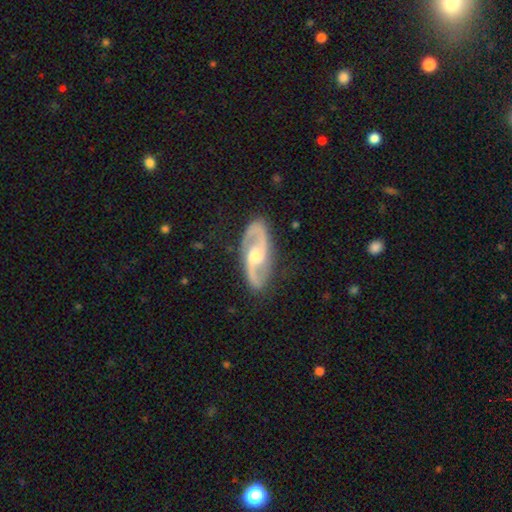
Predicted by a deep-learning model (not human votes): smooth_or_featured: featured or disk (p=0.90) [alt: smooth p=0.06]
disk_edge_on: no (p=0.95) [alt: yes p=0.05]
bar: no (p=0.47) [alt: weak p=0.39]
has_spiral_arms: yes (p=0.97) [alt: no p=0.03]
spiral_winding: medium (p=0.54) [alt: loose p=0.30]
spiral_arm_count: 2 (p=0.94) [alt: can't tell p=0.02]
bulge_size: moderate (p=0.71) [alt: large p=0.15]
merging: none (p=0.85) [alt: minor disturbance p=0.10]